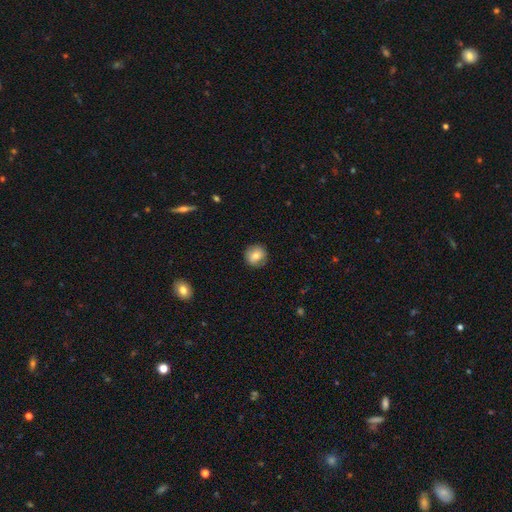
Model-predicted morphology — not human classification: A smooth galaxy with no disk features (76%) that is round (89%).

Vote fractions:
- Smooth or featured? smooth: 76% / featured or disk: 15% / star or artifact: 9%
- How rounded? round: 89% / in between: 10% / cigar-shaped: 1%
- Merging? none: 85% / minor disturbance: 11% / major disturbance: 3% / merger: 1%